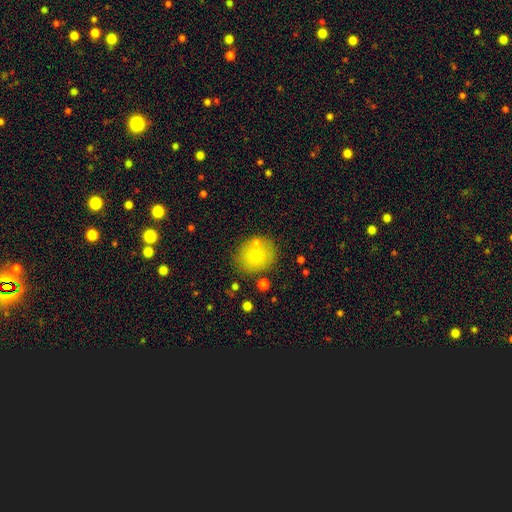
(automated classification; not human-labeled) Morphology: type=smooth (75%); roundness=round (79%); merging=none (71%).